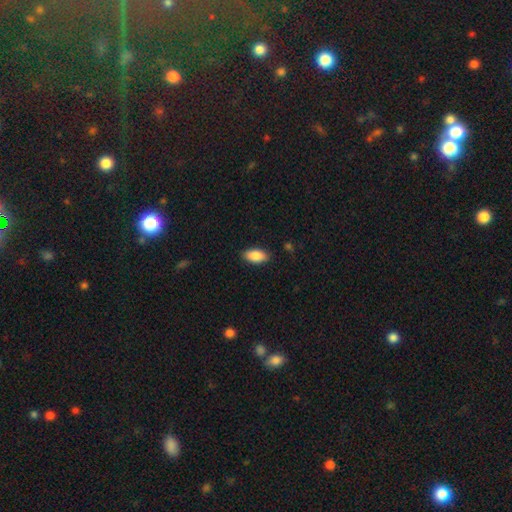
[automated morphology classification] Smooth or featured?
  - smooth: 88% *
  - star or artifact: 7%
  - featured or disk: 5%
How rounded?
  - in between: 91% *
  - cigar-shaped: 7%
  - round: 2%
Merging?
  - none: 88% *
  - minor disturbance: 9%
  - major disturbance: 2%
  - merger: 1%